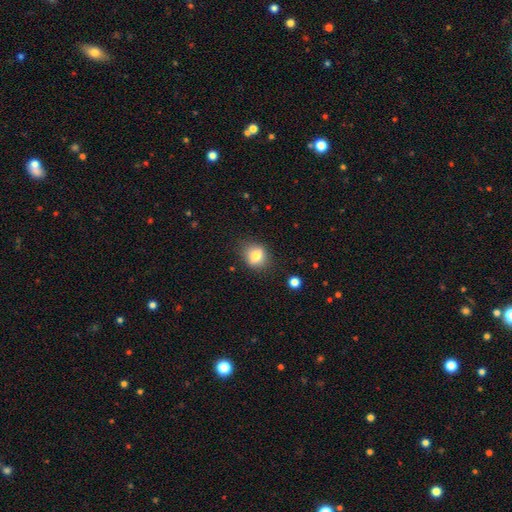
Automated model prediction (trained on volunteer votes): This appears to be a smooth galaxy with no disk features (74%) that is round (51%). Merging: none (79%).